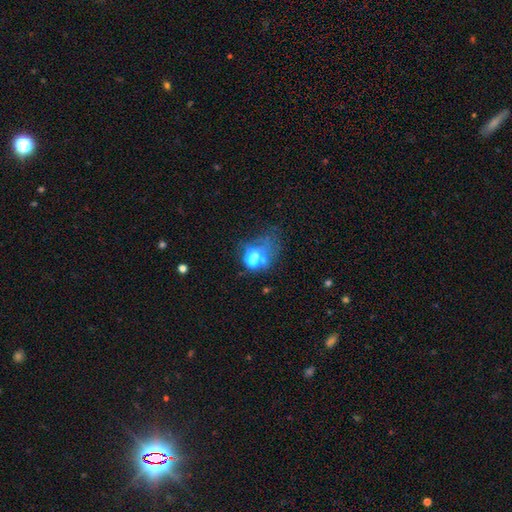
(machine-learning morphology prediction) The model was most divided on "merging": merger: 34%, major disturbance: 29%, none: 23%, minor disturbance: 13%. More confident: how rounded — in between (54%); smooth or featured — smooth (51%).